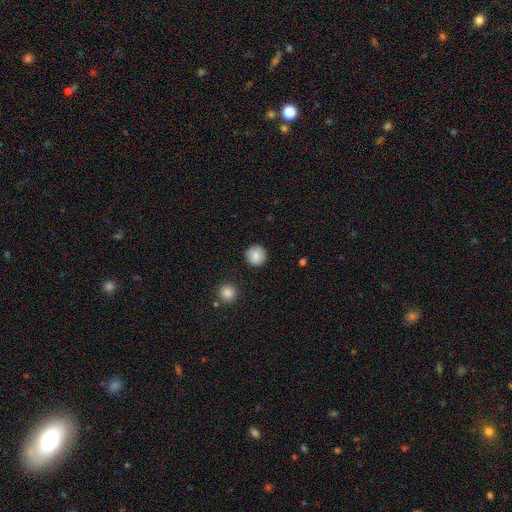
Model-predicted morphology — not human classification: smooth 86%, star or artifact 8%, featured or disk 7%. Down the decision tree: how rounded — round (95%); merging — none (90%).